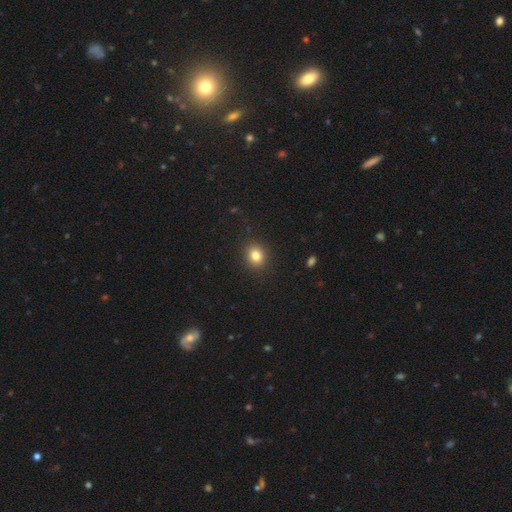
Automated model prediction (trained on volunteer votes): A smooth galaxy with no disk features (82%) that is round (69%). Merging: none (90%).